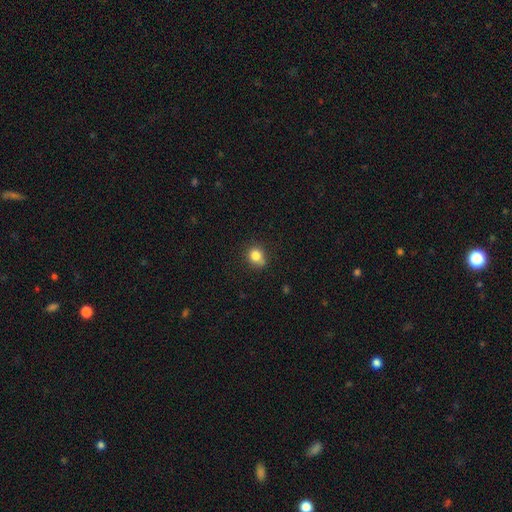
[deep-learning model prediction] Smooth or featured: smooth — 82% (star or artifact — 11%)
How rounded: round — 74% (in between — 25%)
Merging: none — 69% (minor disturbance — 22%)